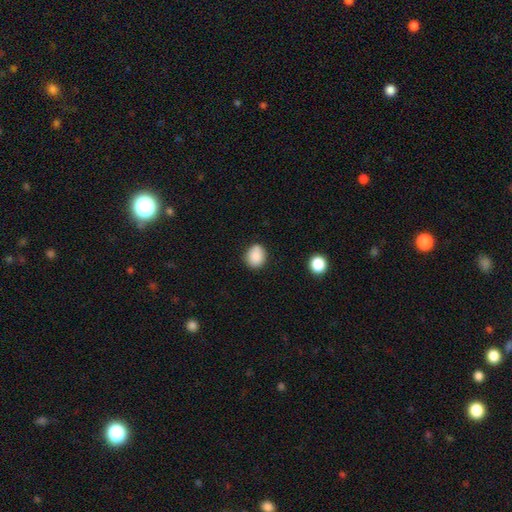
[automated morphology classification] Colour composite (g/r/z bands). It shows a smooth galaxy with no disk features (86%) that is round (70%). Merging: none (77%).